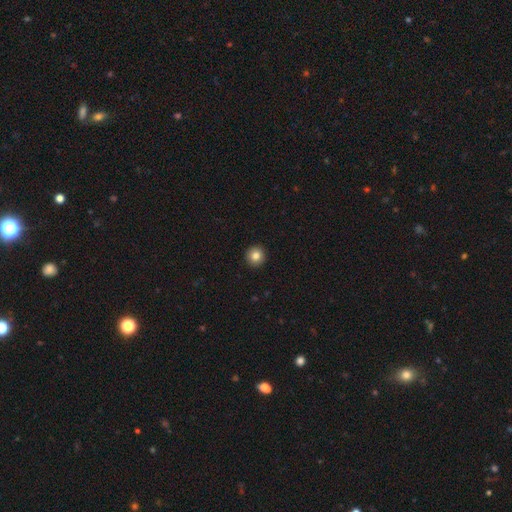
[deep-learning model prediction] smooth_or_featured: smooth (p=0.83) [alt: star or artifact p=0.10]
how_rounded: round (p=0.95) [alt: in between p=0.05]
merging: none (p=0.94) [alt: minor disturbance p=0.04]